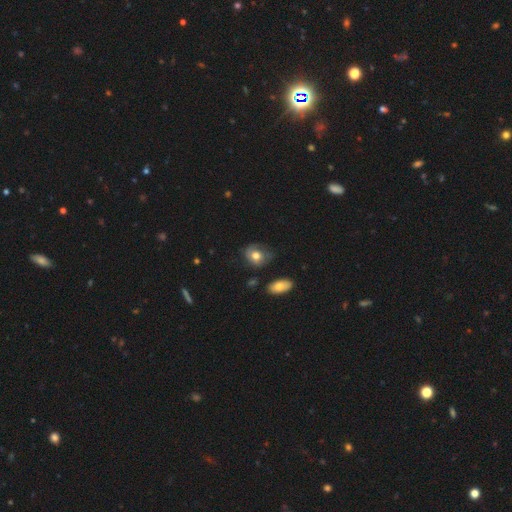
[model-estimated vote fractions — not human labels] This is likely a smooth galaxy (62%). How rounded: possibly round (54%). Merging: possibly none (54%).